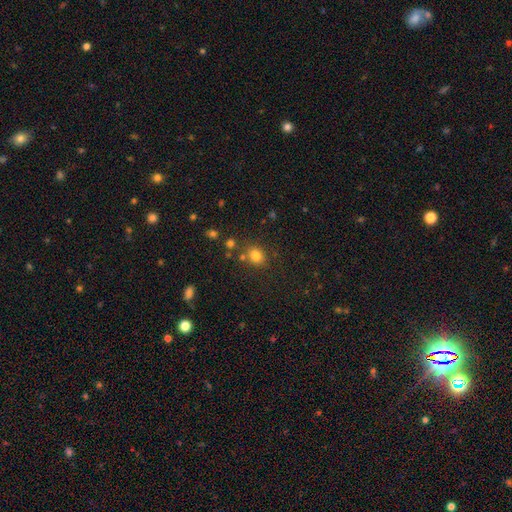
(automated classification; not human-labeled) Morphology: type=smooth (79%); roundness=round (55%); merging=none (72%).